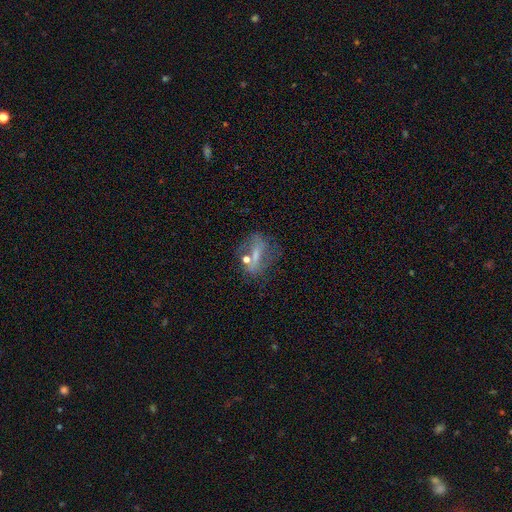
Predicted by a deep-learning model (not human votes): featured or disk 43%, smooth 37%, star or artifact 20%. Down the decision tree: merging — none (52%).